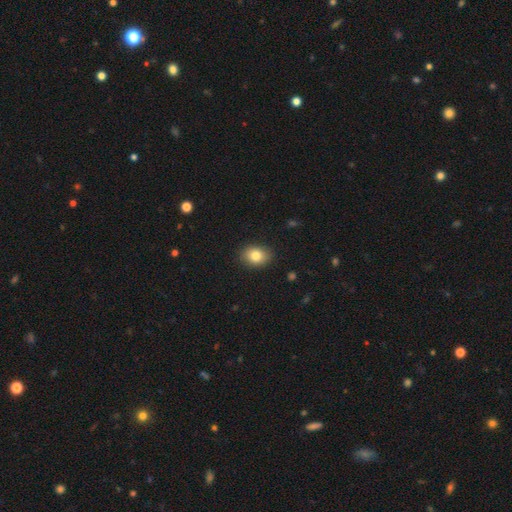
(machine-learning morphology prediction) A smooth galaxy with no disk features (82%) that is in between round and cigar-shaped (65%). Merging: none (88%).